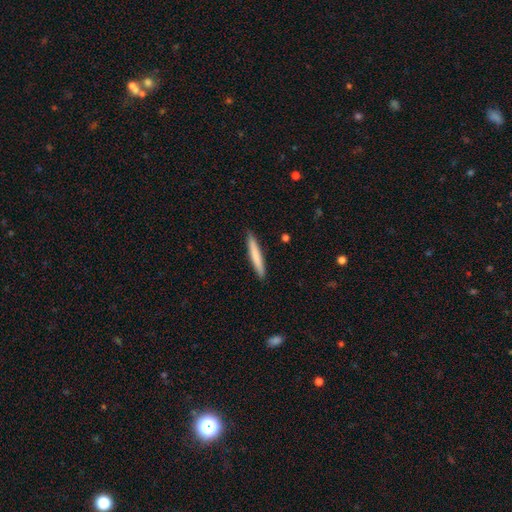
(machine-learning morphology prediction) Smooth or featured? Predicted: smooth (p=0.74). How rounded? Predicted: cigar-shaped (p=0.95). Merging? Predicted: none (p=0.90).